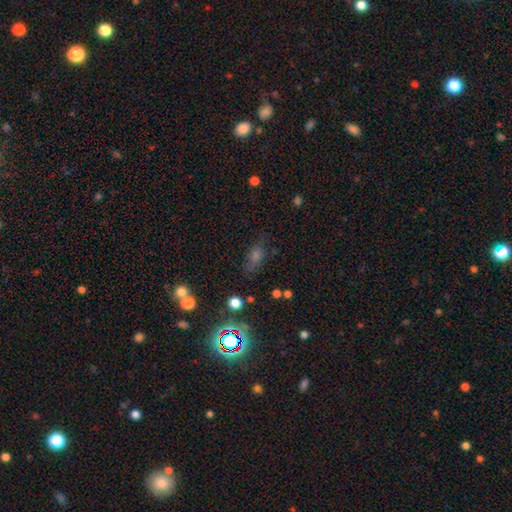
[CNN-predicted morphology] smooth-or-featured: smooth: 45% | star or artifact: 38% | featured or disk: 17%
  merging: none: 70% | minor disturbance: 18% | major disturbance: 8% | merger: 3%